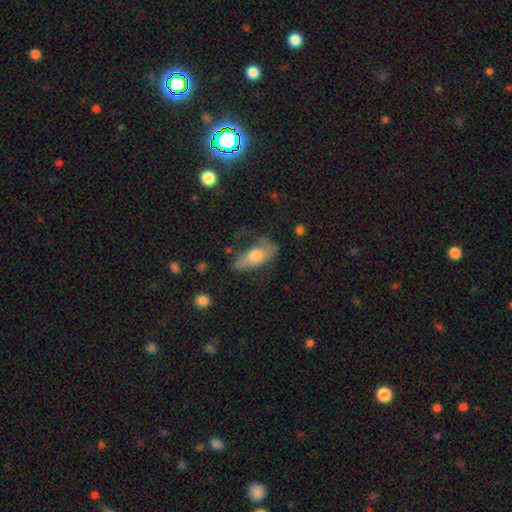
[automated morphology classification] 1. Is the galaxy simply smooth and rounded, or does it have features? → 65% smooth, 28% featured or disk, 7% star or artifact.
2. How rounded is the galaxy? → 82% in between, 15% cigar-shaped, 3% round.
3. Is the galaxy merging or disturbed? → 45% none, 30% minor disturbance, 22% major disturbance, 4% merger.